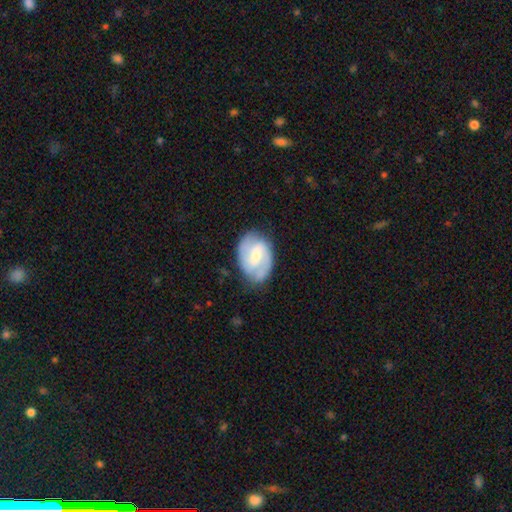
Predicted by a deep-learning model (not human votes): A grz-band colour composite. It shows a featured or disk galaxy (76%) with a weak bar (56%), 2 (81%) medium (50%) spiral arms (93%) and a small central bulge (50%). Merging: none (74%).